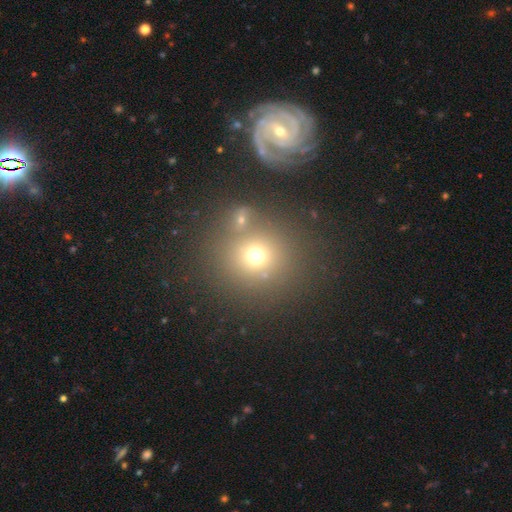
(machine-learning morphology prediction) A smooth galaxy with no disk features (67%) that is round (86%). Merging: none (67%).